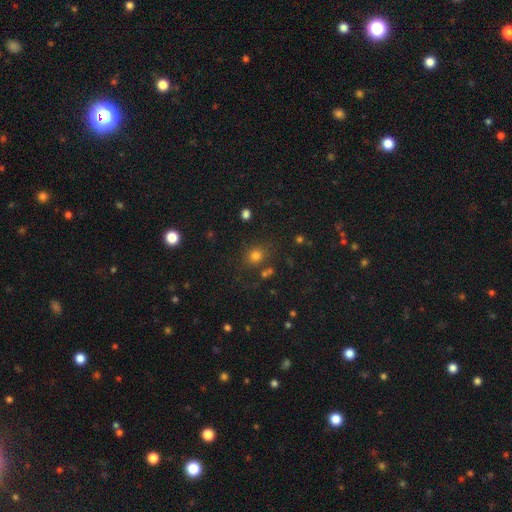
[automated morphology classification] smooth-or-featured: smooth: 75% | star or artifact: 18% | featured or disk: 7%
  how-rounded: round: 77% | in between: 22% | cigar-shaped: 1%
  merging: none: 75% | minor disturbance: 12% | merger: 8% | major disturbance: 6%